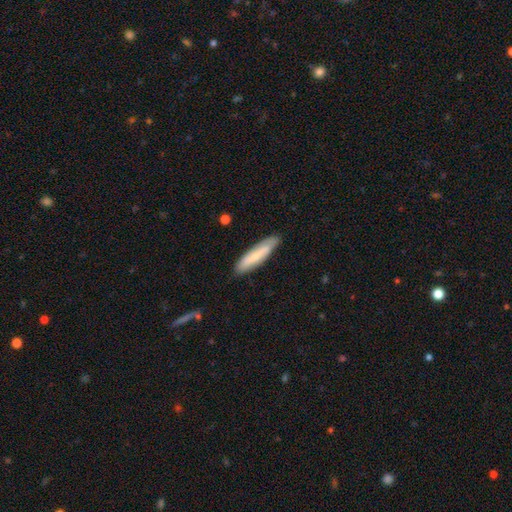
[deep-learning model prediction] This appears to be a smooth galaxy with no disk features (67%) that is cigar-shaped (78%). Merging: none (84%).